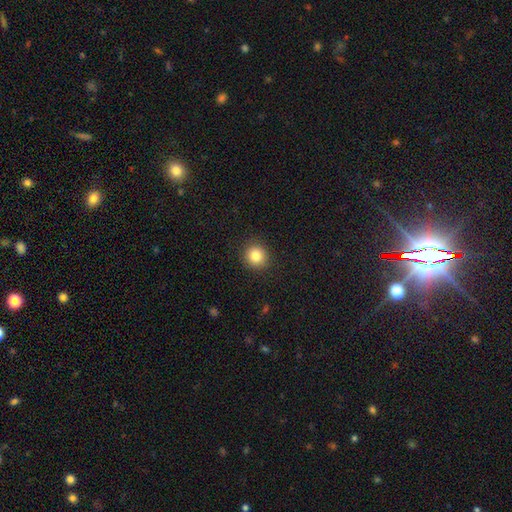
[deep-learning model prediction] Smooth or featured? smooth (84%)
How rounded? round (91%)
Merging? none (90%)